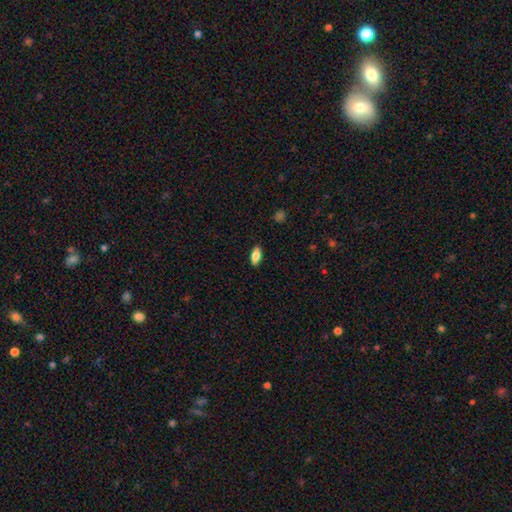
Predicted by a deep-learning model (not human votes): Q: Smooth or featured?
A: smooth (82%); runner-up: featured or disk (11%)
Q: How rounded?
A: in between (85%); runner-up: cigar-shaped (12%)
Q: Merging?
A: none (87%); runner-up: minor disturbance (9%)